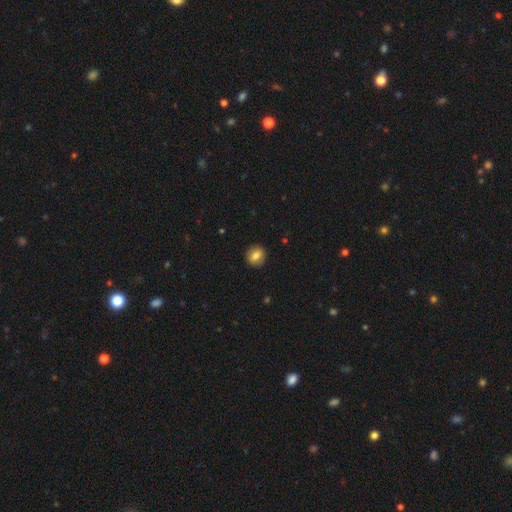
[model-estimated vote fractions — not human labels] smooth_or_featured: smooth (p=0.78) [alt: featured or disk p=0.13]
how_rounded: round (p=0.86) [alt: in between p=0.13]
merging: none (p=0.91) [alt: minor disturbance p=0.06]